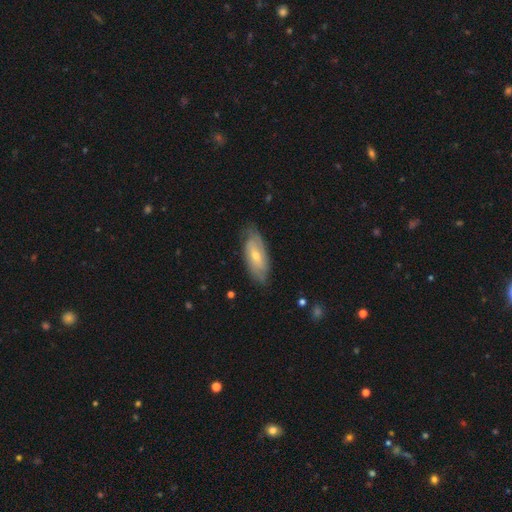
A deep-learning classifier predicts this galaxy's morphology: A featured or disk galaxy (57%).

Vote fractions:
- Smooth or featured? featured or disk: 57% / smooth: 36% / star or artifact: 7%
- Edge-on disk? no: 82% / yes: 18%
- Merging? none: 77% / minor disturbance: 18% / major disturbance: 4% / merger: 1%